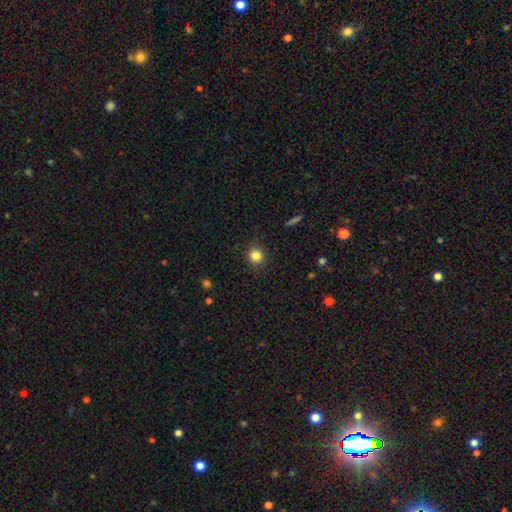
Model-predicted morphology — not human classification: smooth 83%, star or artifact 12%, featured or disk 5%. Down the decision tree: how rounded — round (90%); merging — none (90%).